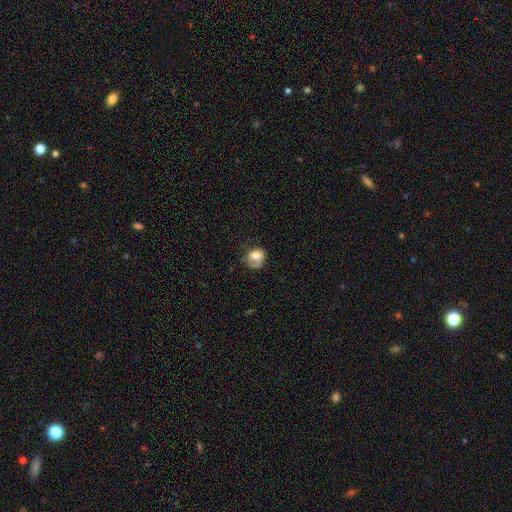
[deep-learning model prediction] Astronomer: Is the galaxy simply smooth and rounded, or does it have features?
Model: smooth — 70%.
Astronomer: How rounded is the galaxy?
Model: round — 60% (runner-up: in between, 39%).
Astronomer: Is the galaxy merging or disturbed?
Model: none — 41% (runner-up: minor disturbance, 32%).